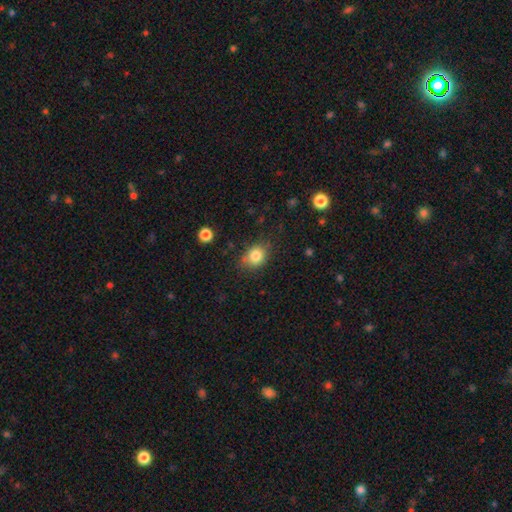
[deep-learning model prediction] Smooth or featured? smooth (82%)
How rounded? round (52%)
Merging? none (76%)